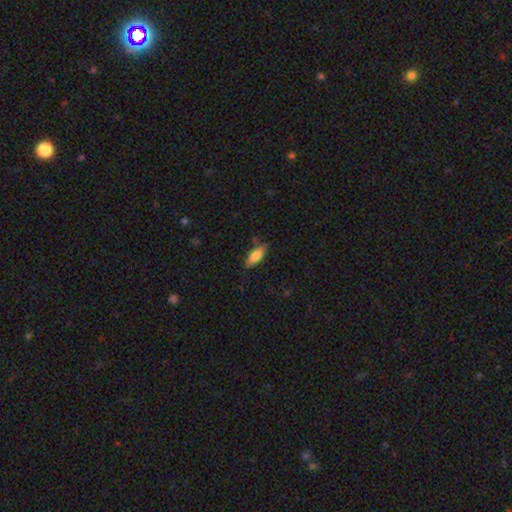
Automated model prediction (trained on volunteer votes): smooth 74%, featured or disk 20%, star or artifact 7%. Down the decision tree: how rounded — in between (64%); merging — none (79%).